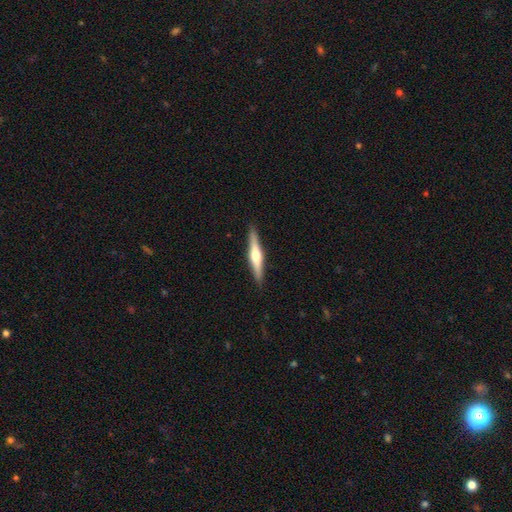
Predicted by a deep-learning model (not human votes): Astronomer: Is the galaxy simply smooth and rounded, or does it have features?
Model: featured or disk — 64%.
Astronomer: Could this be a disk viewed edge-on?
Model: yes — 98%.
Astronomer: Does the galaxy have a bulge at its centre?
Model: rounded — 90%.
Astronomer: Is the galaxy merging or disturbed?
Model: none — 91%.